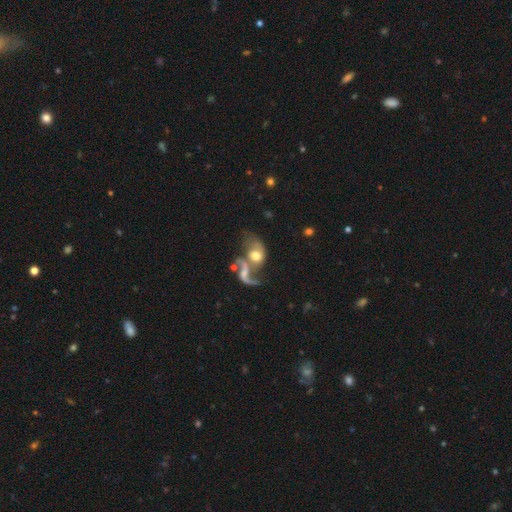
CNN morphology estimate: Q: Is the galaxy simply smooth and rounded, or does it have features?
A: featured or disk — 59%.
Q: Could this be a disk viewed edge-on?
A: no — 96%.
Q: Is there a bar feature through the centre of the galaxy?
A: no — 63%.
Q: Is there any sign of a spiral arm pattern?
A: yes — 65%.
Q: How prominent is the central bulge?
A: moderate — 51%.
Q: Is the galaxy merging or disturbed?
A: merger — 62%.